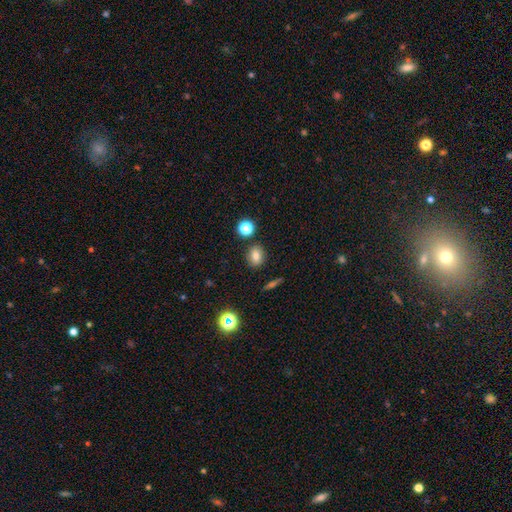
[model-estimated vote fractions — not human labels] Smooth or featured? Predicted: smooth (p=0.76). How rounded? Predicted: round (p=0.53). Merging? Predicted: none (p=0.84).